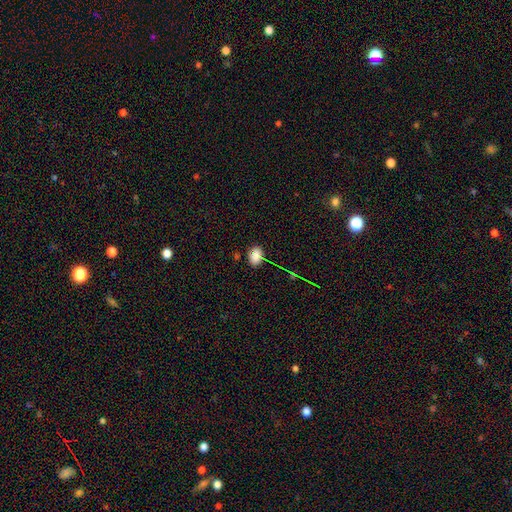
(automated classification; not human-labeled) Smooth or featured: smooth — 83% (star or artifact — 12%)
How rounded: in between — 81% (round — 18%)
Merging: none — 80% (minor disturbance — 14%)